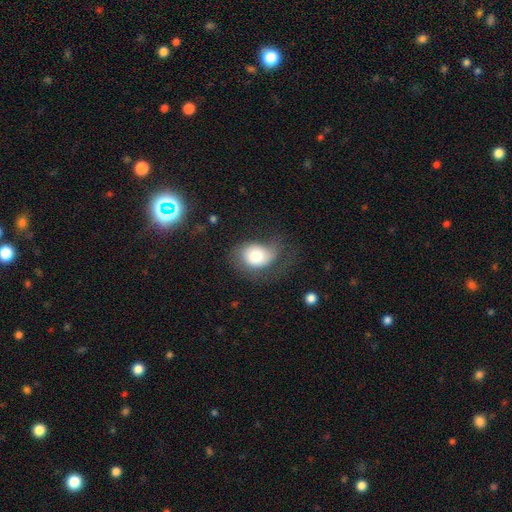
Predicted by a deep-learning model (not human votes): Smooth or featured? Predicted: smooth (p=0.69). How rounded? Predicted: in between (p=0.61). Merging? Predicted: none (p=0.41).